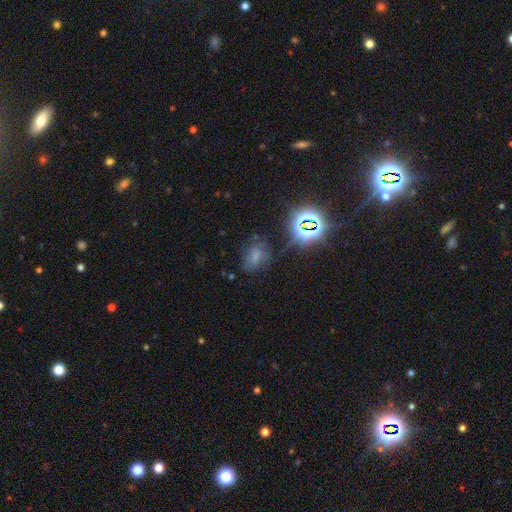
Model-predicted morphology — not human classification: smooth 53%, star or artifact 32%, featured or disk 14%. Down the decision tree: how rounded — in between (80%); merging — none (57%).